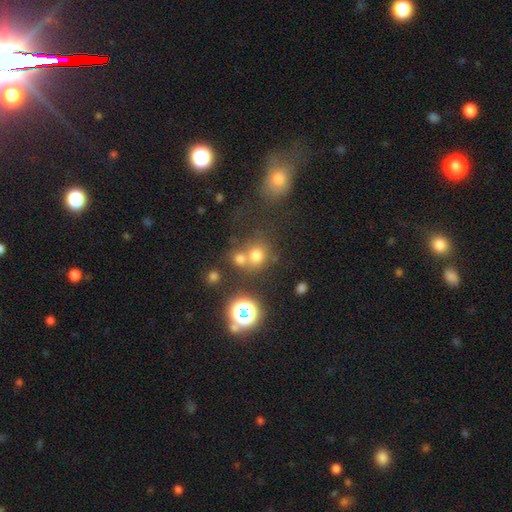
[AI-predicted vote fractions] smooth-or-featured: smooth: 66% | star or artifact: 24% | featured or disk: 10%
  how-rounded: round: 80% | in between: 19% | cigar-shaped: 1%
  merging: none: 51% | merger: 34% | minor disturbance: 10% | major disturbance: 5%